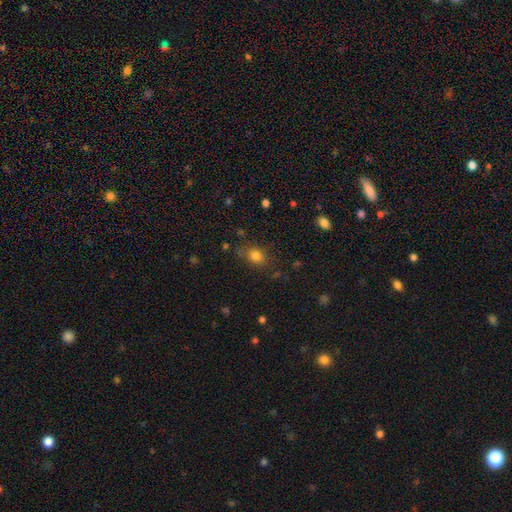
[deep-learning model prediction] This is likely a smooth galaxy (79%). How rounded: possibly round (50%). Merging: likely none (73%).